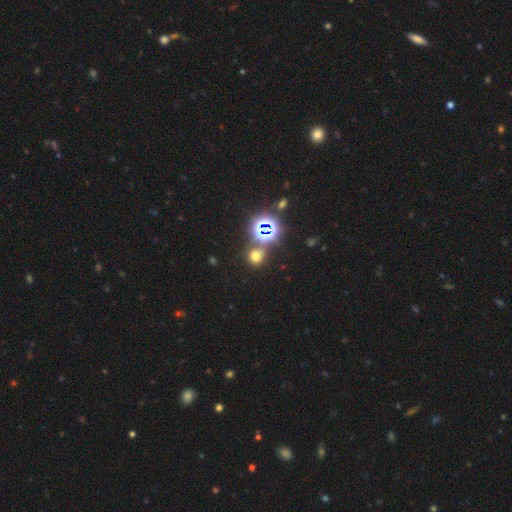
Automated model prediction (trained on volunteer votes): Smooth or featured? smooth (56%)
How rounded? round (84%)
Merging? none (70%)